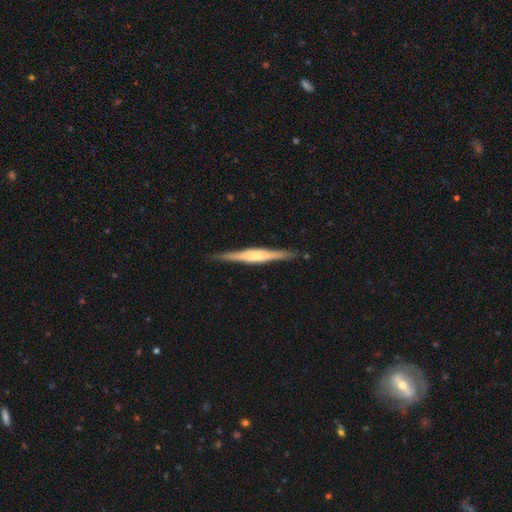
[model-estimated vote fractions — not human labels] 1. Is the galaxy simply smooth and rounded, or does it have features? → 73% featured or disk, 22% smooth, 5% star or artifact.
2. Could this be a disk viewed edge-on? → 98% yes, 2% no.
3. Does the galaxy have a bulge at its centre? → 58% rounded, 31% boxy, 11% none.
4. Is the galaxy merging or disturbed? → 89% none, 8% minor disturbance, 2% major disturbance, 1% merger.